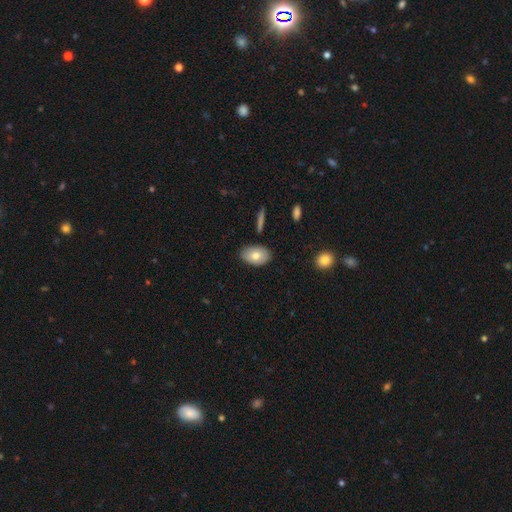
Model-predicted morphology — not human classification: smooth-or-featured: smooth: 77% | featured or disk: 16% | star or artifact: 7%
  how-rounded: in between: 90% | round: 8% | cigar-shaped: 1%
  merging: none: 83% | minor disturbance: 12% | major disturbance: 2% | merger: 2%